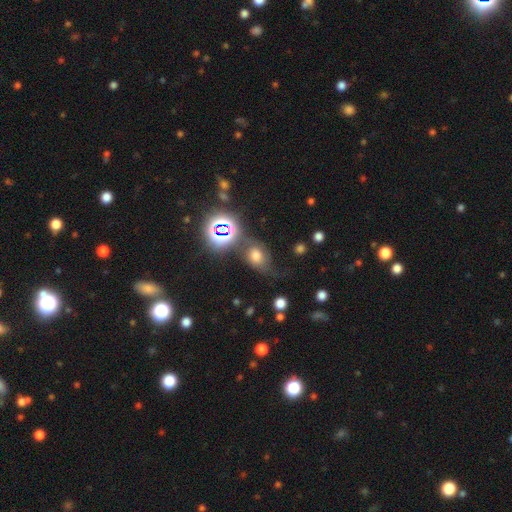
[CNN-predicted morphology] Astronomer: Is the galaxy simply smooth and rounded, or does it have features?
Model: smooth — 57%.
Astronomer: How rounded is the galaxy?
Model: in between — 62%.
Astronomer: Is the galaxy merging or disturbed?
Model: none — 50%.